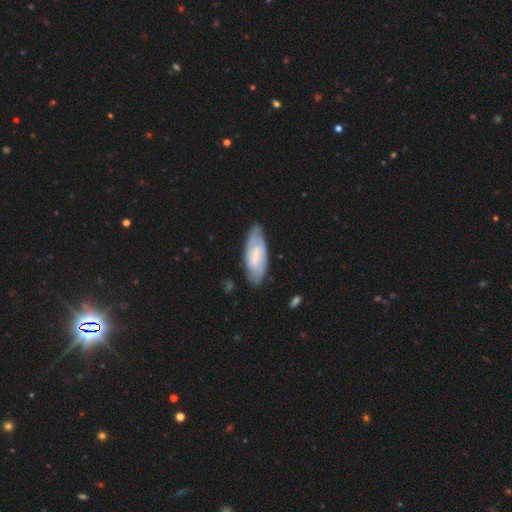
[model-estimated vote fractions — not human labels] Smooth or featured?
  - featured or disk: 61% *
  - smooth: 34%
  - star or artifact: 6%
Edge-on disk?
  - no: 88% *
  - yes: 12%
Bar?
  - weak: 48% *
  - strong: 27%
  - no: 25%
Spiral arms?
  - yes: 83% *
  - no: 17%
Bulge size?
  - small: 47% *
  - none: 25%
  - moderate: 23%
  - large: 4%
  - dominant: 1%
Merging?
  - none: 77% *
  - minor disturbance: 17%
  - major disturbance: 4%
  - merger: 2%